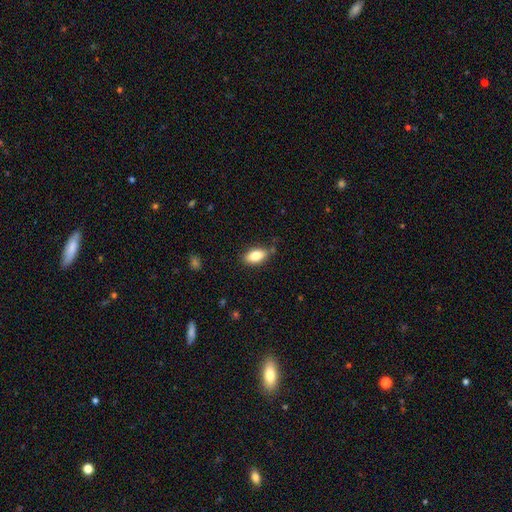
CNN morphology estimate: smooth-or-featured: smooth: 79% | featured or disk: 14% | star or artifact: 7%
  how-rounded: in between: 89% | cigar-shaped: 6% | round: 5%
  merging: none: 79% | minor disturbance: 15% | major disturbance: 3% | merger: 3%